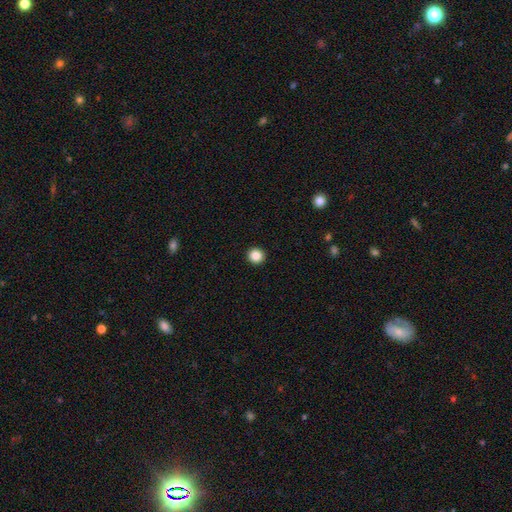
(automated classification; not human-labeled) This is clearly a smooth galaxy (87%). How rounded: clearly round (94%). Merging: clearly none (94%).